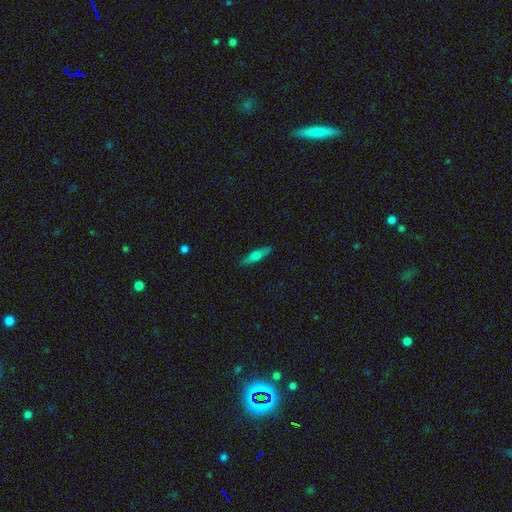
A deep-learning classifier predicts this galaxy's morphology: The model was most divided on "smooth or featured": smooth: 60%, featured or disk: 34%, star or artifact: 6%. More confident: merging — none (89%); how rounded — cigar-shaped (75%).